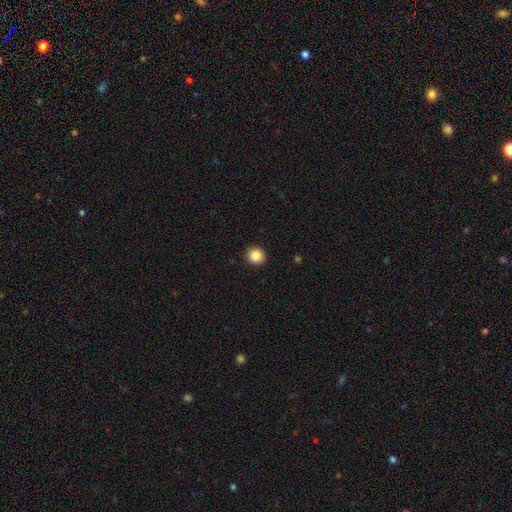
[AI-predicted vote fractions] Smooth or featured: smooth — 87% (star or artifact — 10%)
How rounded: round — 91% (in between — 8%)
Merging: none — 92% (minor disturbance — 5%)